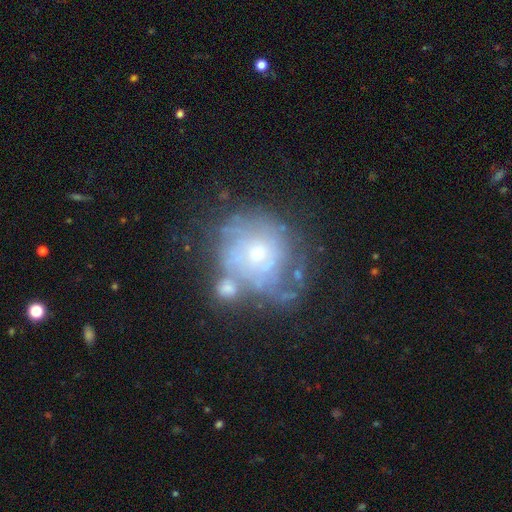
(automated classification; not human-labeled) Smooth or featured: featured or disk — 71% (smooth — 19%)
Edge-on disk: no — 97% (yes — 3%)
Bar: no — 81% (weak — 16%)
Spiral arms: yes — 75% (no — 25%)
Spiral winding: tight — 64% (medium — 25%)
Spiral arm count: can't tell — 56% (2 — 11%)
Bulge size: small — 52% (moderate — 41%)
Merging: none — 49% (minor disturbance — 20%)